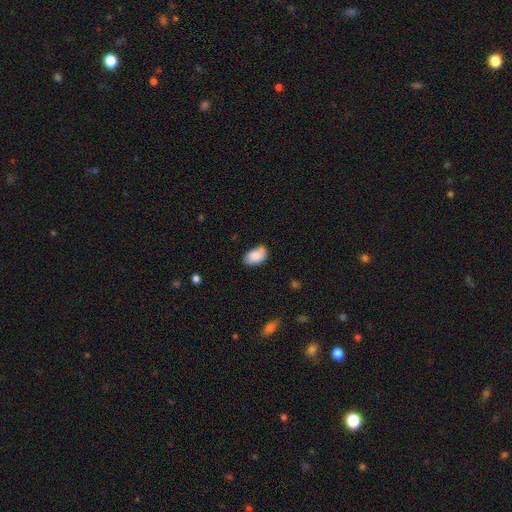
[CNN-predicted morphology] This is clearly a smooth galaxy (82%). How rounded: clearly in between (92%). Merging: likely none (63%).